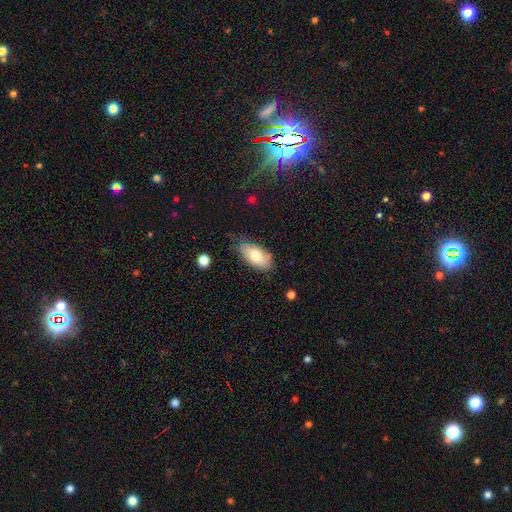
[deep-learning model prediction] smooth_or_featured: smooth (p=0.75) [alt: featured or disk p=0.18]
how_rounded: in between (p=0.92) [alt: cigar-shaped p=0.05]
merging: none (p=0.69) [alt: minor disturbance p=0.24]